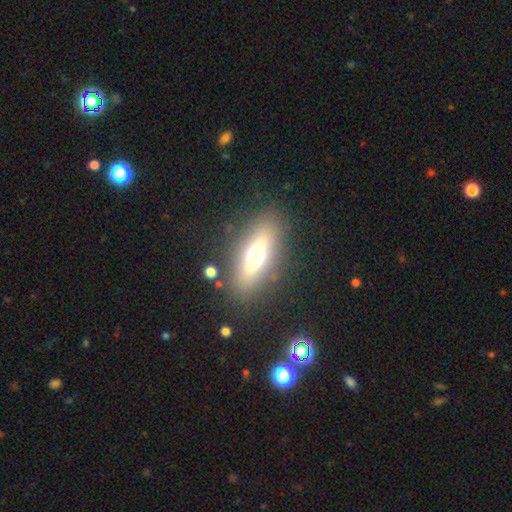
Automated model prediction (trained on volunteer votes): The model was most divided on "smooth or featured": featured or disk: 47%, smooth: 43%, star or artifact: 10%. More confident: merging — none (84%).